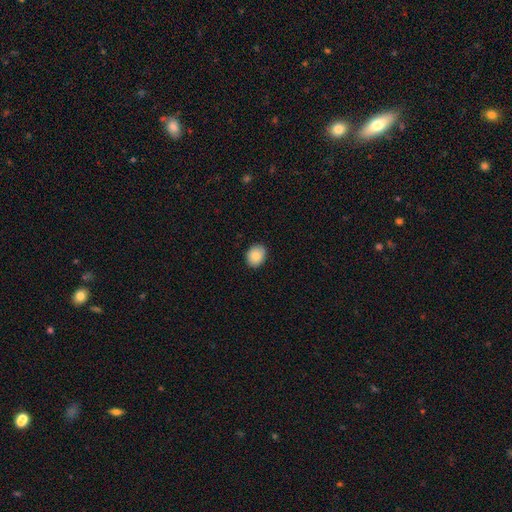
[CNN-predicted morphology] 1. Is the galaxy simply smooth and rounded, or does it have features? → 86% smooth, 8% star or artifact, 6% featured or disk.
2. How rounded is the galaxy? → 50% round, 49% in between, 1% cigar-shaped.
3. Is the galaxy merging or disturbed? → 88% none, 9% minor disturbance, 2% major disturbance, 1% merger.